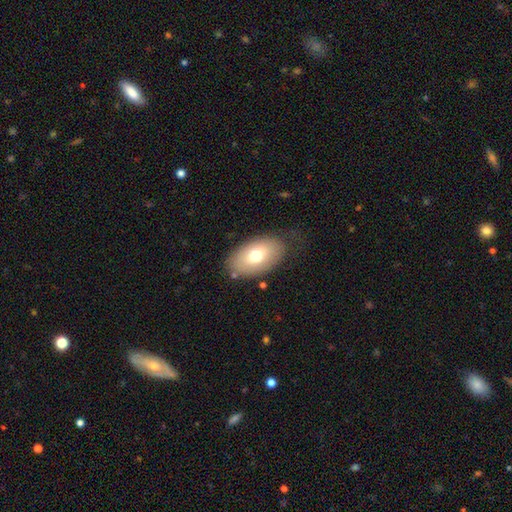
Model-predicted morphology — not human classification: A smooth galaxy with no disk features (70%) that is in between round and cigar-shaped (92%).

Vote fractions:
- Smooth or featured? smooth: 70% / featured or disk: 23% / star or artifact: 8%
- How rounded? in between: 92% / round: 6% / cigar-shaped: 2%
- Merging? none: 74% / minor disturbance: 17% / major disturbance: 7% / merger: 3%